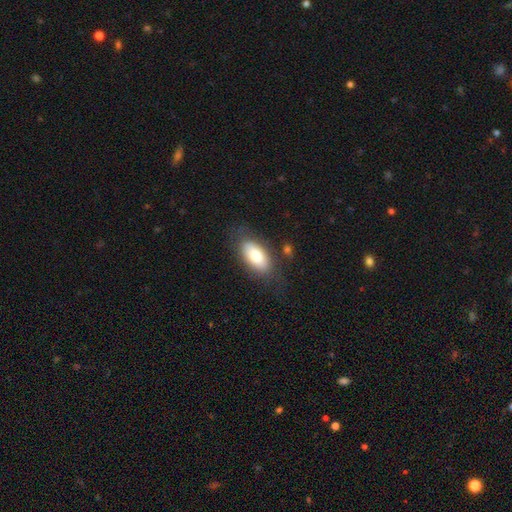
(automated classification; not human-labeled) smooth_or_featured: smooth (p=0.80) [alt: featured or disk p=0.14]
how_rounded: in between (p=0.91) [alt: cigar-shaped p=0.06]
merging: none (p=0.76) [alt: minor disturbance p=0.16]